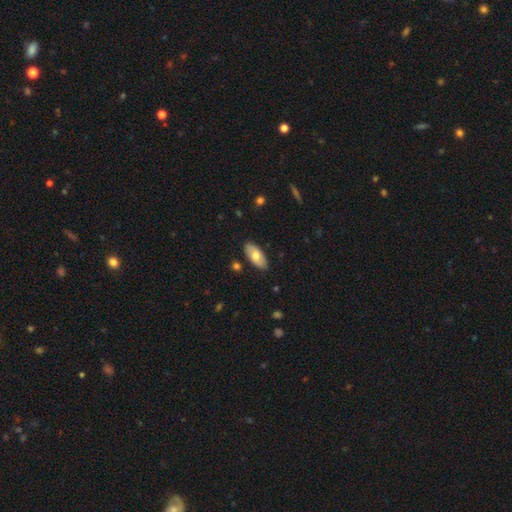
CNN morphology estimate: Smooth or featured: smooth — 70% (featured or disk — 24%)
How rounded: in between — 91% (cigar-shaped — 7%)
Merging: none — 87% (minor disturbance — 10%)